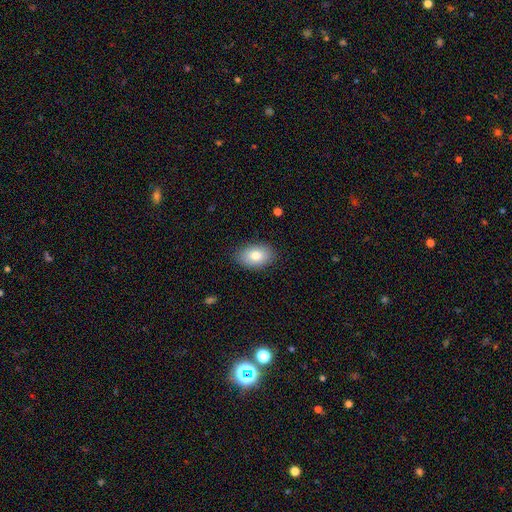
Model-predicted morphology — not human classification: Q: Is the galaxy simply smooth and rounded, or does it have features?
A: smooth — 80%.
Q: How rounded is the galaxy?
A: in between — 87%.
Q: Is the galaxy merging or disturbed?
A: none — 85%.